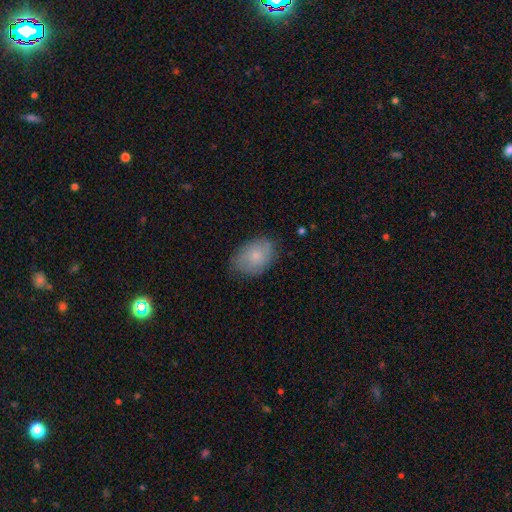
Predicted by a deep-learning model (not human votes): smooth-or-featured: smooth: 72% | featured or disk: 21% | star or artifact: 7%
  how-rounded: in between: 80% | round: 19% | cigar-shaped: 1%
  merging: none: 74% | minor disturbance: 21% | major disturbance: 4% | merger: 1%